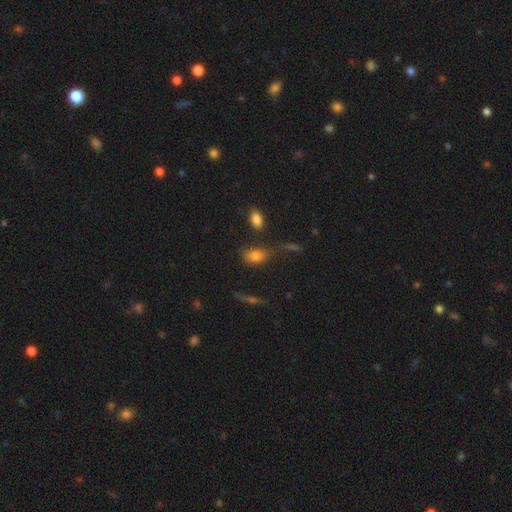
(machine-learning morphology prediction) Smooth or featured: smooth — 79% (star or artifact — 12%)
How rounded: in between — 87% (round — 10%)
Merging: none — 55% (minor disturbance — 22%)